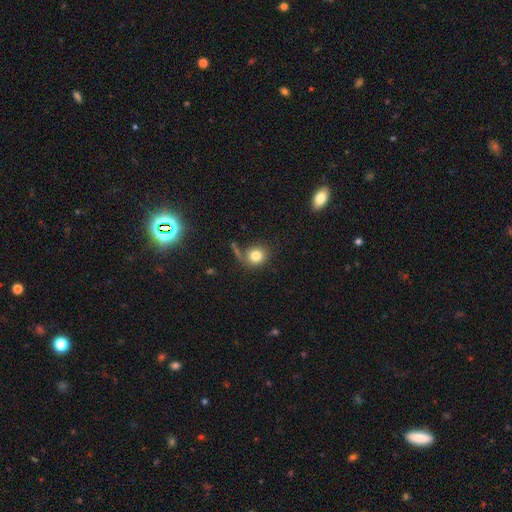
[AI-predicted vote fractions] Smooth or featured? Predicted: smooth (p=0.81). How rounded? Predicted: round (p=0.78). Merging? Predicted: none (p=0.62).